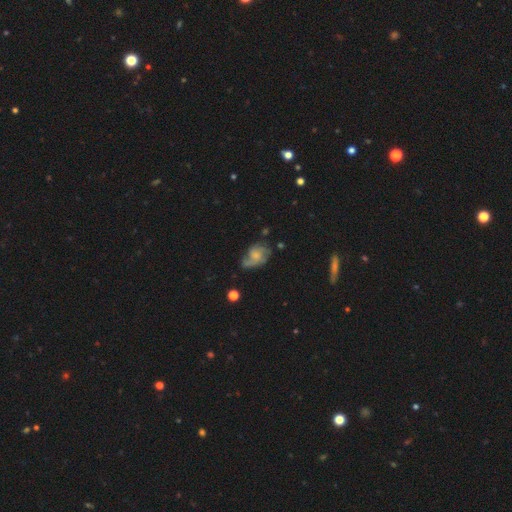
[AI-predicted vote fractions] The model was most divided on "bulge size": small: 40%, moderate: 31%, none: 21%, large: 6%, dominant: 2%. Remaining: edge-on disk — no (96%); spiral arms — yes (78%); bar — no (74%); smooth or featured — featured or disk (58%); merging — none (44%).